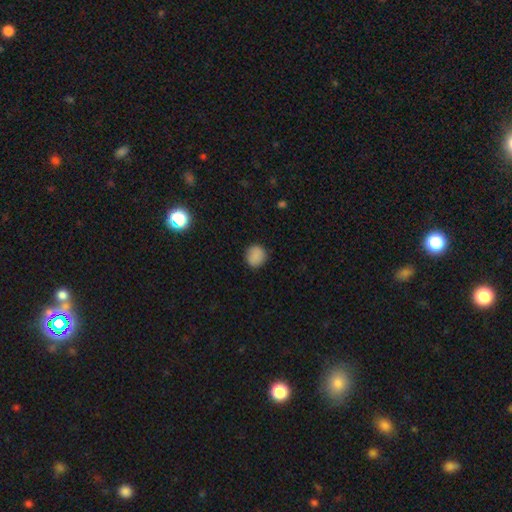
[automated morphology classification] Smooth or featured: smooth — 86% (star or artifact — 10%)
How rounded: round — 88% (in between — 11%)
Merging: none — 88% (minor disturbance — 8%)